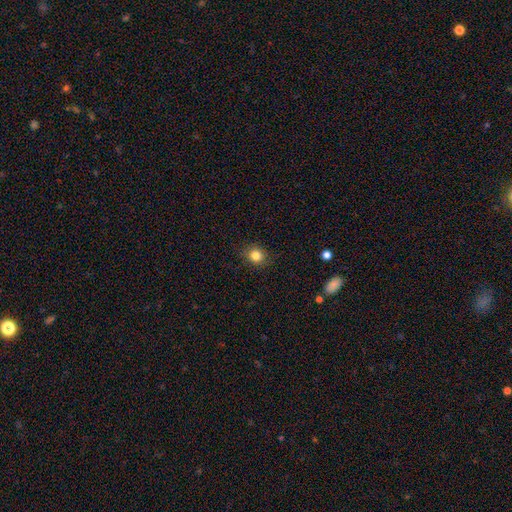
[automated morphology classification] Smooth or featured? Predicted: smooth (p=0.83). How rounded? Predicted: round (p=0.78). Merging? Predicted: none (p=0.87).